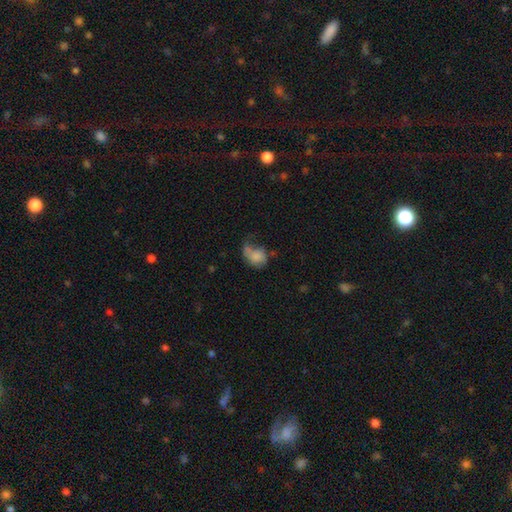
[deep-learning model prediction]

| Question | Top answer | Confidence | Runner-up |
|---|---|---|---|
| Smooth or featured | smooth | 71% | featured or disk (20%) |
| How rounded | in between | 59% | round (40%) |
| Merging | major disturbance | 39% | minor disturbance (25%) |